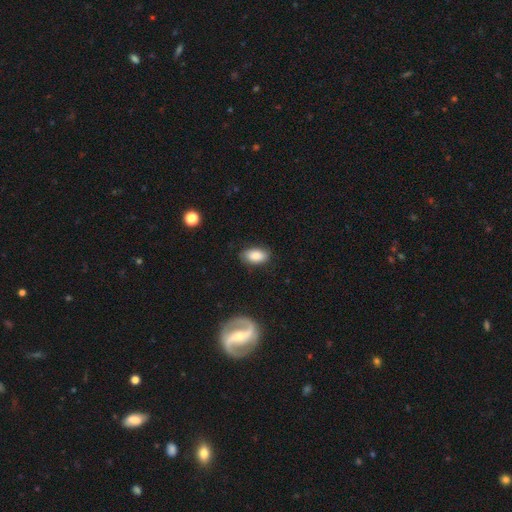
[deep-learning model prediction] This is clearly a smooth galaxy (85%). How rounded: clearly in between (93%). Merging: clearly none (82%).